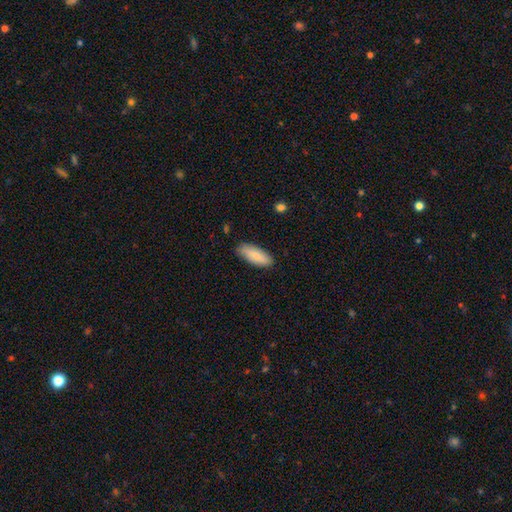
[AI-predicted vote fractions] This is clearly a smooth galaxy (80%). How rounded: likely in between (76%). Merging: clearly none (82%).